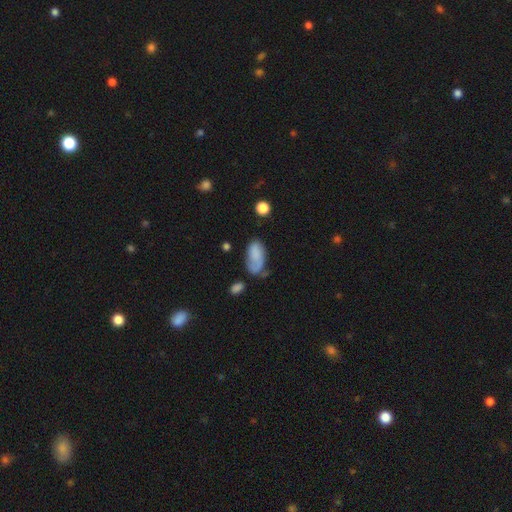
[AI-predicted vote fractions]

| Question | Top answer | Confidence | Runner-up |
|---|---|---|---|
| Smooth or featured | smooth | 75% | featured or disk (17%) |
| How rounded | in between | 92% | cigar-shaped (5%) |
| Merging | none | 44% | minor disturbance (31%) |